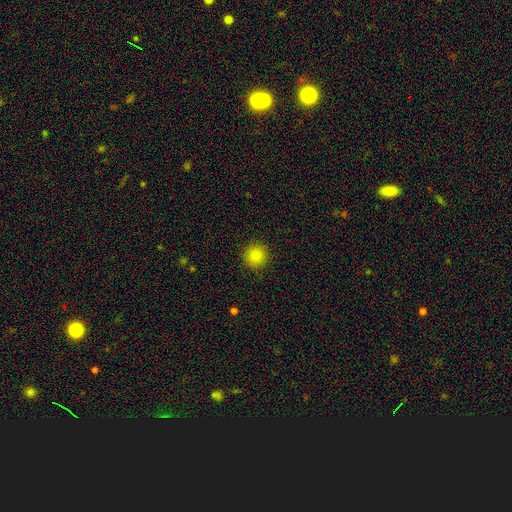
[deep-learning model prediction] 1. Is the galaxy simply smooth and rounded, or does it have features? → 86% smooth, 10% star or artifact, 4% featured or disk.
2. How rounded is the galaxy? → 94% round, 5% in between, 1% cigar-shaped.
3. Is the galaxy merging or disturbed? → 91% none, 6% minor disturbance, 2% major disturbance, 1% merger.